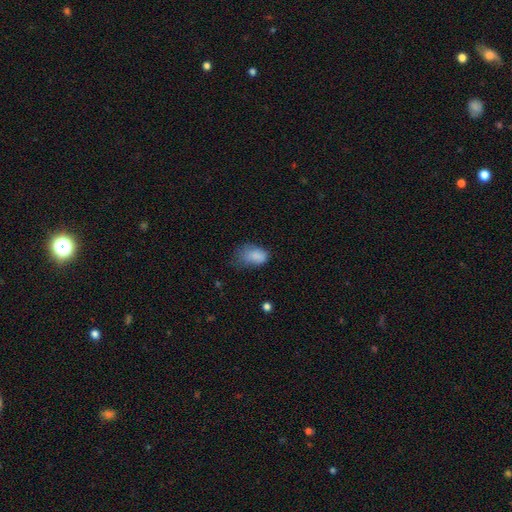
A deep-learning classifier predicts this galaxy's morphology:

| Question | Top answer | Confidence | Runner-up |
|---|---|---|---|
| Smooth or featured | smooth | 84% | star or artifact (9%) |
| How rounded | in between | 87% | round (12%) |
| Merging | minor disturbance | 41% | none (32%) |